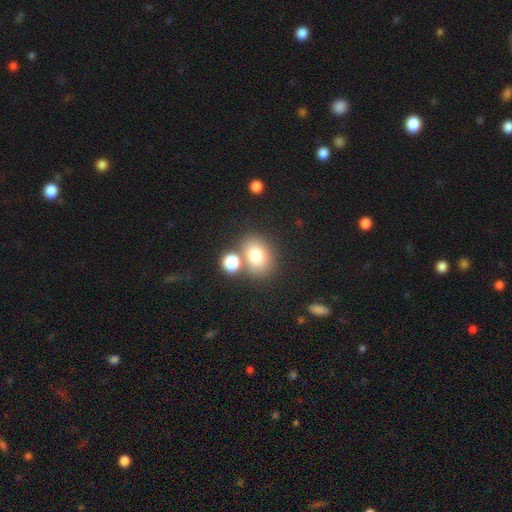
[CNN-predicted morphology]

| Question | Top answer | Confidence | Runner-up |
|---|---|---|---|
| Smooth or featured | smooth | 78% | featured or disk (12%) |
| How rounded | in between | 57% | round (42%) |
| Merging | none | 60% | merger (25%) |